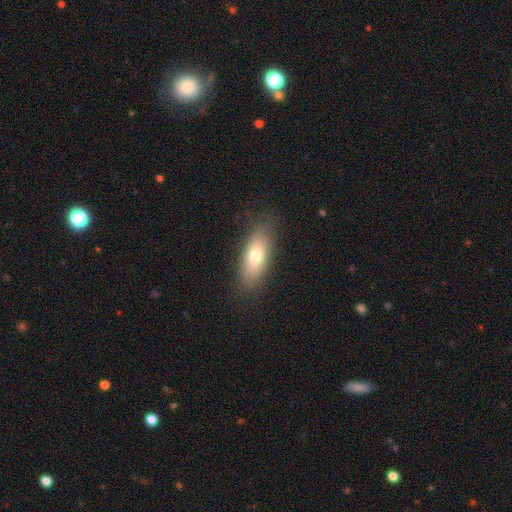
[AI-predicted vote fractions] A smooth galaxy with no disk features (70%) that is in between round and cigar-shaped (68%).

Vote fractions:
- Smooth or featured? smooth: 70% / featured or disk: 22% / star or artifact: 8%
- How rounded? in between: 68% / cigar-shaped: 29% / round: 4%
- Merging? none: 85% / minor disturbance: 11% / major disturbance: 3% / merger: 1%